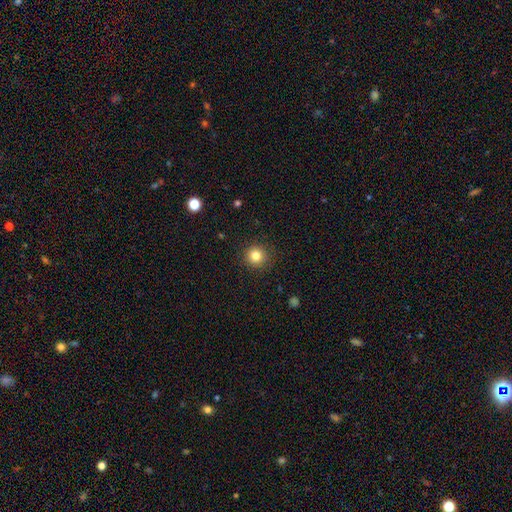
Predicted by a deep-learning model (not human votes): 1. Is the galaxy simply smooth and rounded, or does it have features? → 82% smooth, 12% star or artifact, 6% featured or disk.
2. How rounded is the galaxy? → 94% round, 5% in between, 1% cigar-shaped.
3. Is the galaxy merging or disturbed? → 91% none, 6% minor disturbance, 2% major disturbance, 1% merger.